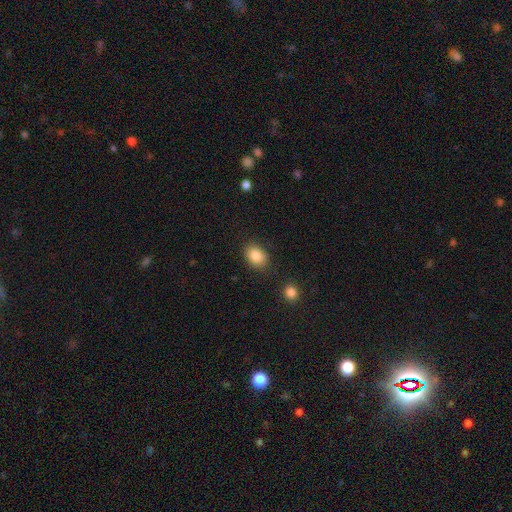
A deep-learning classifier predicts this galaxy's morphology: smooth 86%, star or artifact 8%, featured or disk 6%. Down the decision tree: how rounded — in between (70%); merging — none (84%).